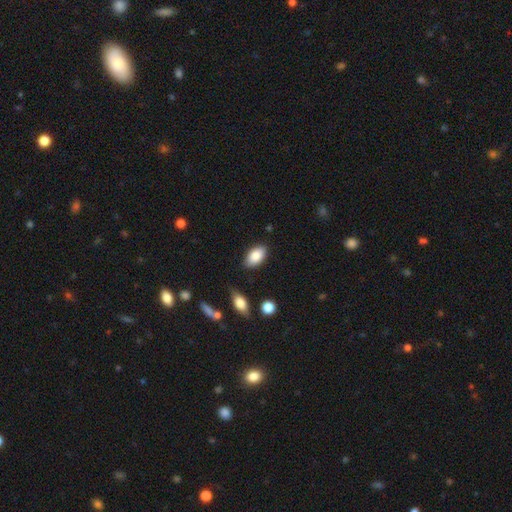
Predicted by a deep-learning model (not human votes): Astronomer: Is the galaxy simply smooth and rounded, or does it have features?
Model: smooth — 85%.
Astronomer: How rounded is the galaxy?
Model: in between — 93%.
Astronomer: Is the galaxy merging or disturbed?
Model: none — 84%.